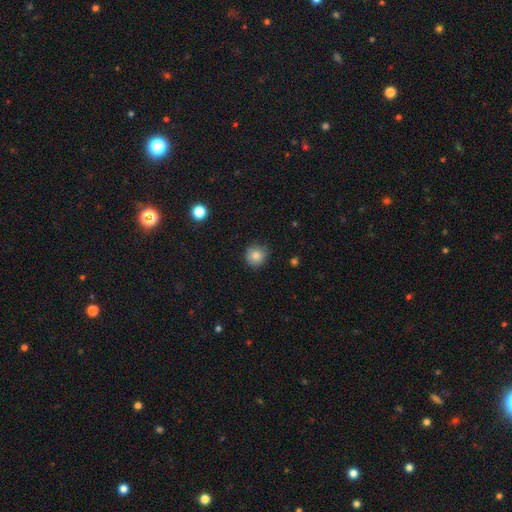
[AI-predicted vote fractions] Smooth or featured? Predicted: smooth (p=0.83). How rounded? Predicted: round (p=0.93). Merging? Predicted: none (p=0.83).